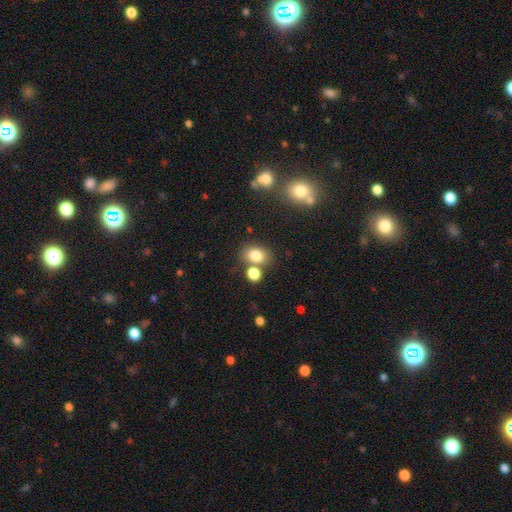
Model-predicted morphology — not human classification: type=smooth (80%); roundness=in between (66%); merging=none (65%).